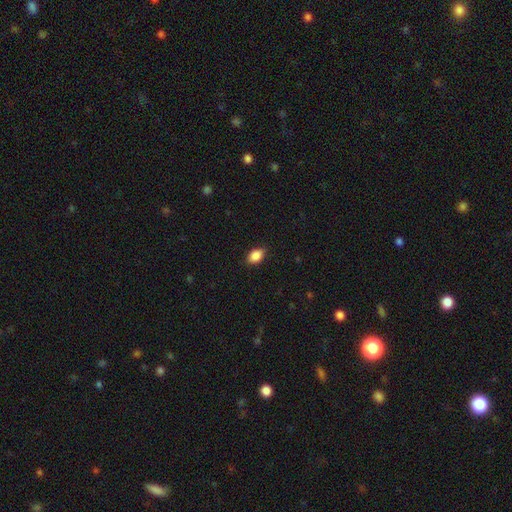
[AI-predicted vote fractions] Overall: smooth (88%). How rounded: in between (86%). Merging: none (86%).